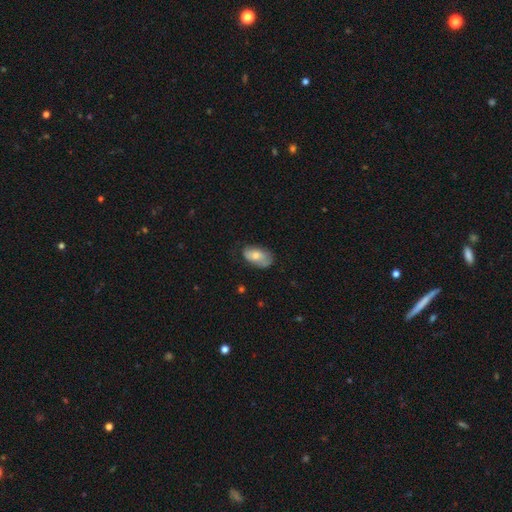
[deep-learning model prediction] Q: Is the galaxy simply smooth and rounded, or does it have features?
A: smooth — 68%.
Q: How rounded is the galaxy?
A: in between — 92%.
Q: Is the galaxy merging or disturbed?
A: none — 54%.